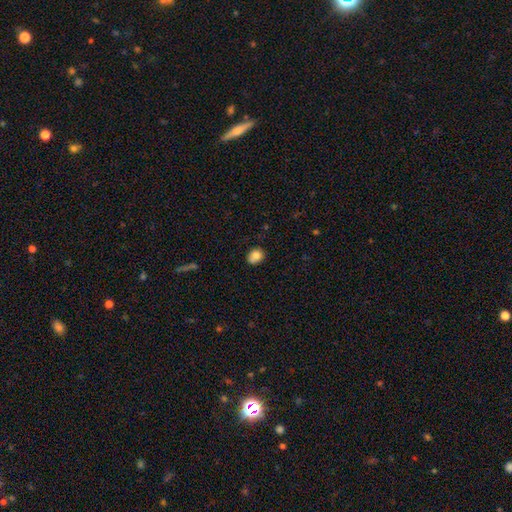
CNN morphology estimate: This appears to be a smooth galaxy with no disk features (79%) that is round (63%). Merging: none (66%).